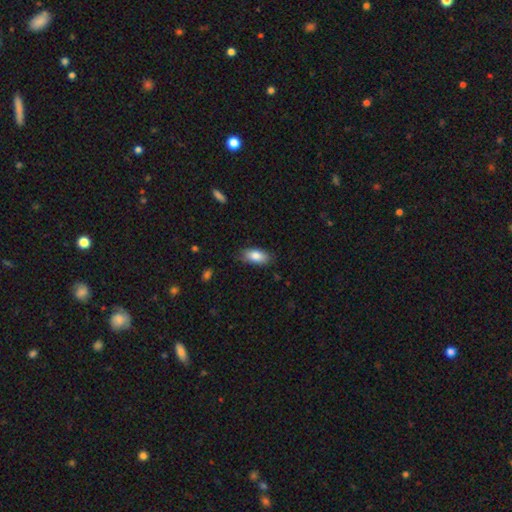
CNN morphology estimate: Smooth or featured? smooth (84%)
How rounded? in between (90%)
Merging? none (79%)